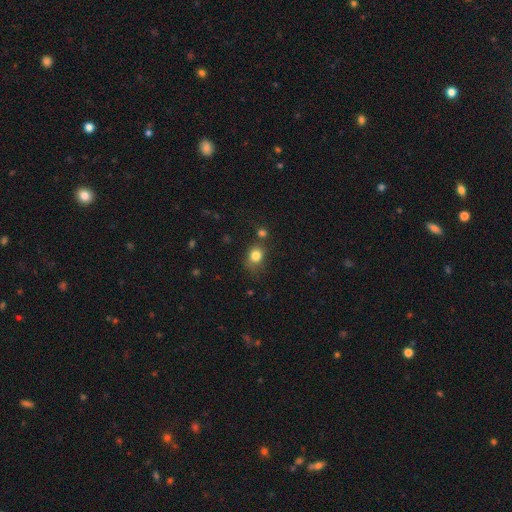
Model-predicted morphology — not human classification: Smooth or featured? smooth (81%)
How rounded? round (63%)
Merging? none (63%)